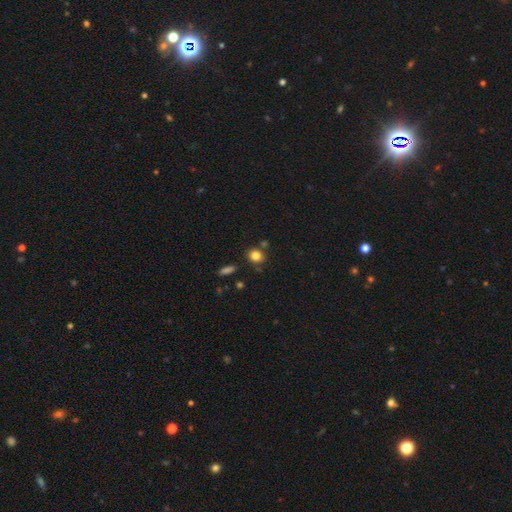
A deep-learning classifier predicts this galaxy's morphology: Smooth or featured: smooth — 83% (star or artifact — 11%)
How rounded: round — 73% (in between — 26%)
Merging: none — 77% (minor disturbance — 12%)